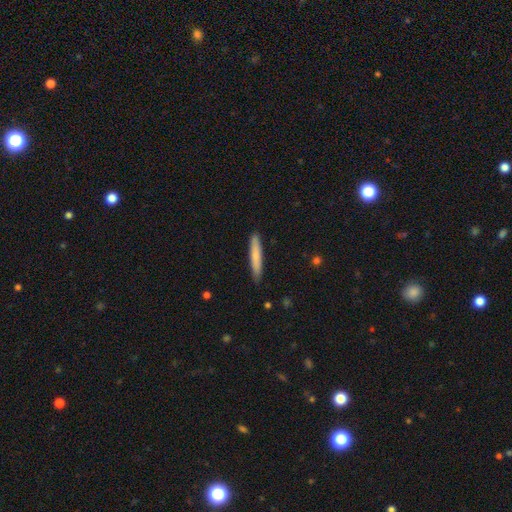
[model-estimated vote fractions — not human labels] This appears to be a smooth galaxy with no disk features (73%) that is cigar-shaped (94%). Merging: none (88%).